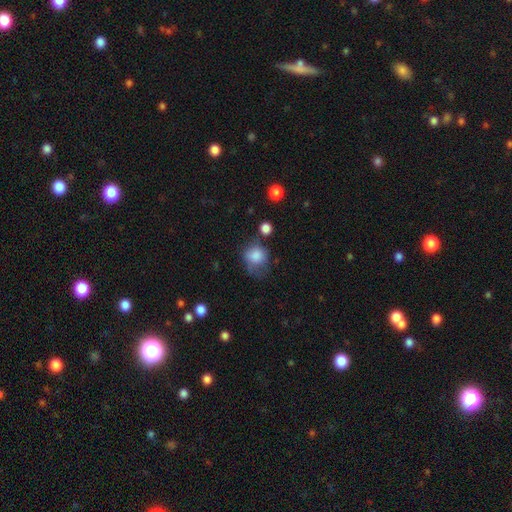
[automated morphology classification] The model was most divided on "merging": none: 43%, minor disturbance: 31%, major disturbance: 19%, merger: 7%. More confident: smooth or featured — smooth (81%); how rounded — round (70%).